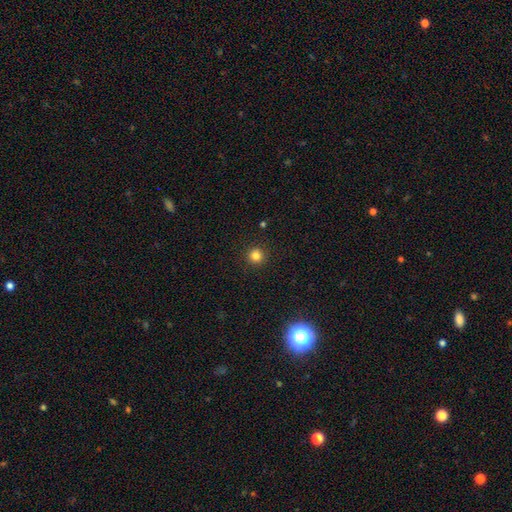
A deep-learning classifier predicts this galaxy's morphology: A smooth galaxy with no disk features (82%) that is round (95%). Merging: none (92%).